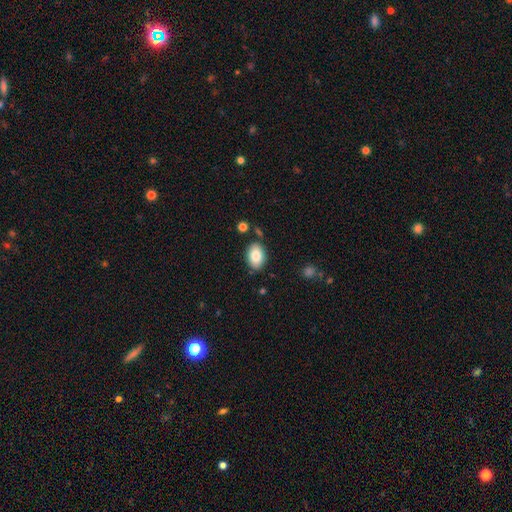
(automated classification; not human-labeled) A smooth galaxy with no disk features (84%) that is in between round and cigar-shaped (85%).

Vote fractions:
- Smooth or featured? smooth: 84% / featured or disk: 8% / star or artifact: 7%
- How rounded? in between: 85% / round: 14% / cigar-shaped: 1%
- Merging? none: 84% / minor disturbance: 11% / merger: 3% / major disturbance: 2%